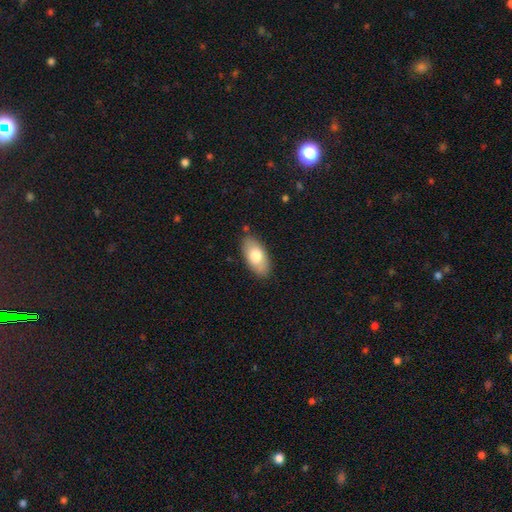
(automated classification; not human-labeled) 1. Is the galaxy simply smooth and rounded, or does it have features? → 75% smooth, 19% featured or disk, 6% star or artifact.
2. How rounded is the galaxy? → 92% in between, 5% cigar-shaped, 3% round.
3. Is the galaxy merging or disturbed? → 84% none, 12% minor disturbance, 3% major disturbance, 2% merger.